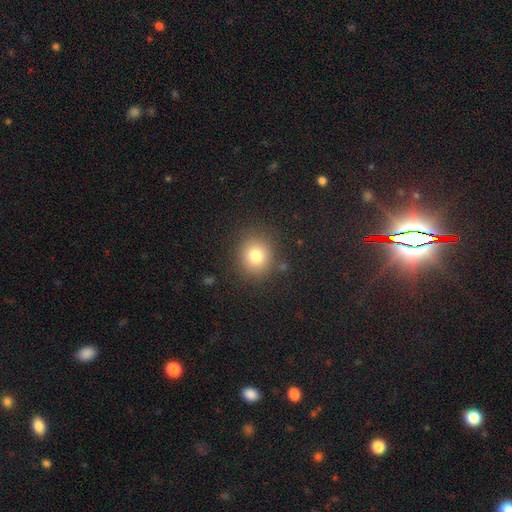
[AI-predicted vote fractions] Smooth or featured?
  - smooth: 78% *
  - star or artifact: 13%
  - featured or disk: 10%
How rounded?
  - round: 86% *
  - in between: 13%
  - cigar-shaped: 1%
Merging?
  - none: 86% *
  - minor disturbance: 9%
  - major disturbance: 4%
  - merger: 2%